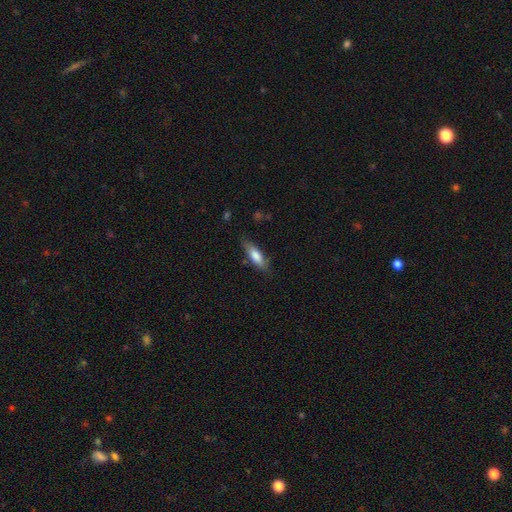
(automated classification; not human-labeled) A smooth galaxy with no disk features (74%) that is in between round and cigar-shaped (53%).

Vote fractions:
- Smooth or featured? smooth: 74% / featured or disk: 20% / star or artifact: 6%
- How rounded? in between: 53% / cigar-shaped: 45% / round: 2%
- Merging? none: 74% / minor disturbance: 20% / major disturbance: 4% / merger: 2%